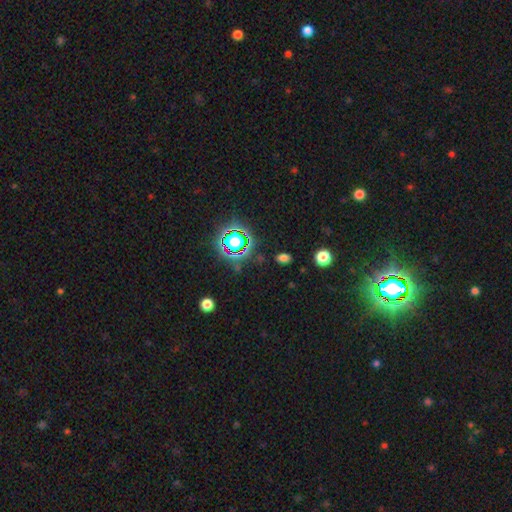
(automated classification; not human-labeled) Smooth or featured: star or artifact — 78% (smooth — 14%)